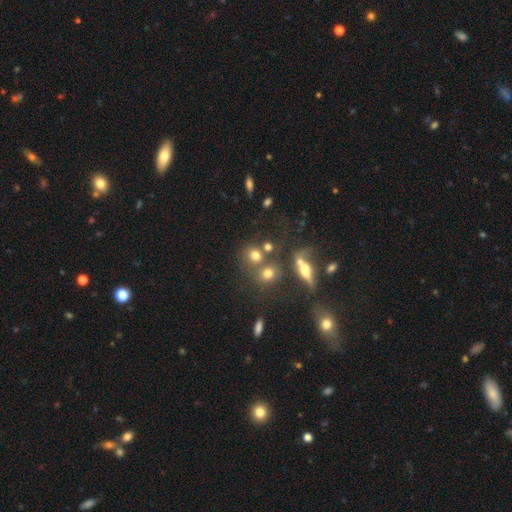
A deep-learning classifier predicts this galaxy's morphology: Overall: smooth (69%). How rounded: round (75%). Merging: none (48%; merger 33%).